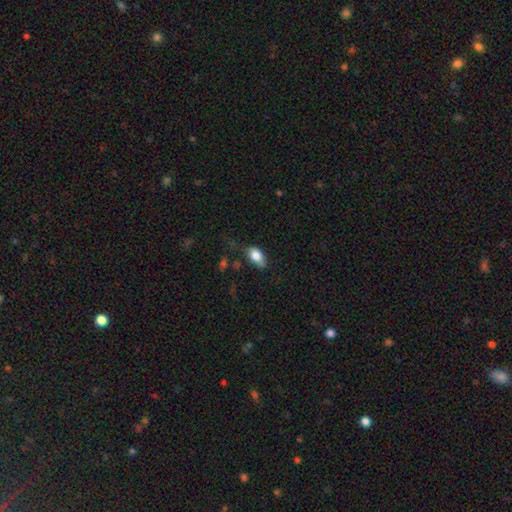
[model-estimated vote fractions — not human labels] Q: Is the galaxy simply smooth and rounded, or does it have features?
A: smooth — 80%.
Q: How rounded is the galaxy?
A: in between — 89%.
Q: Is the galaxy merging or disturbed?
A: none — 56%.